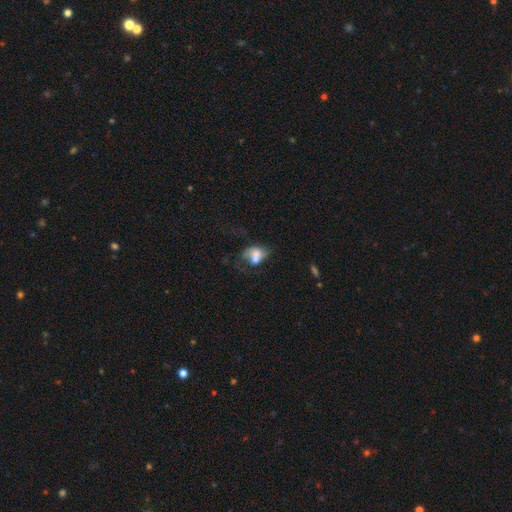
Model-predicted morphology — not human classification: smooth-or-featured: smooth: 56% | featured or disk: 33% | star or artifact: 11%
  how-rounded: in between: 66% | round: 32% | cigar-shaped: 2%
  merging: merger: 47% | none: 20% | major disturbance: 19% | minor disturbance: 14%